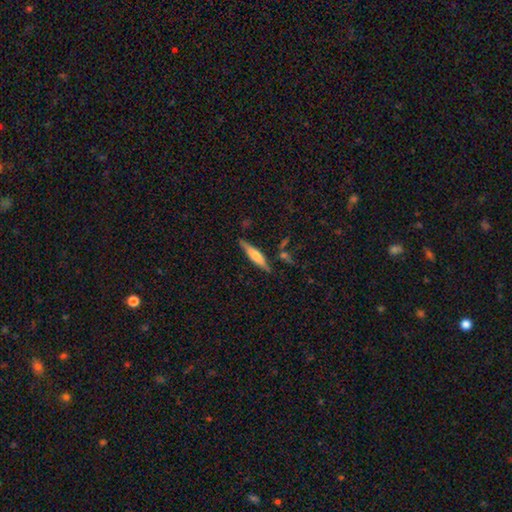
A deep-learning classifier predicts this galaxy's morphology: smooth-or-featured: featured or disk: 47% (tied) | smooth: 47% (tied) | star or artifact: 7%
  merging: none: 80% | minor disturbance: 13% | merger: 4% | major disturbance: 3%